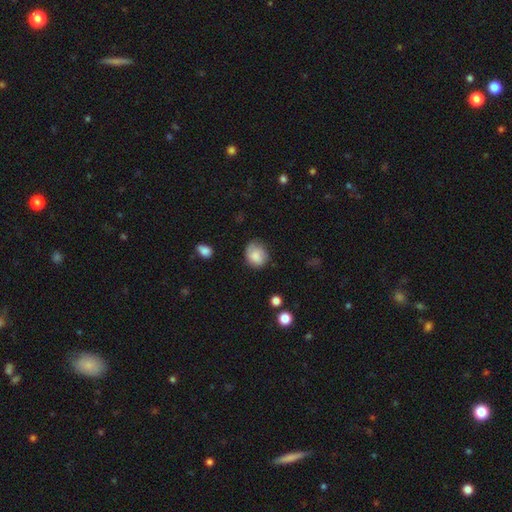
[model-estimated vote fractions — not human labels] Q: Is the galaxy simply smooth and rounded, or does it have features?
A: smooth — 80%.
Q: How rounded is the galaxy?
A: round — 61%.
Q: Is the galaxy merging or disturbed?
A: none — 62%.